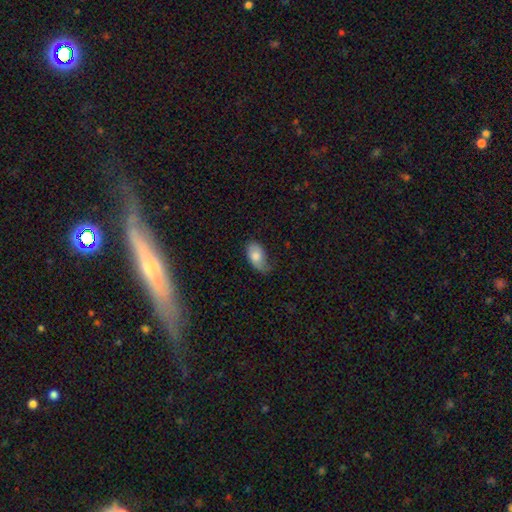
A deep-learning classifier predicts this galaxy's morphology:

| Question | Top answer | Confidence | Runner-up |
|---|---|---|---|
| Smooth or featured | smooth | 77% | featured or disk (16%) |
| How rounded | in between | 93% | round (5%) |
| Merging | none | 43% | minor disturbance (39%) |